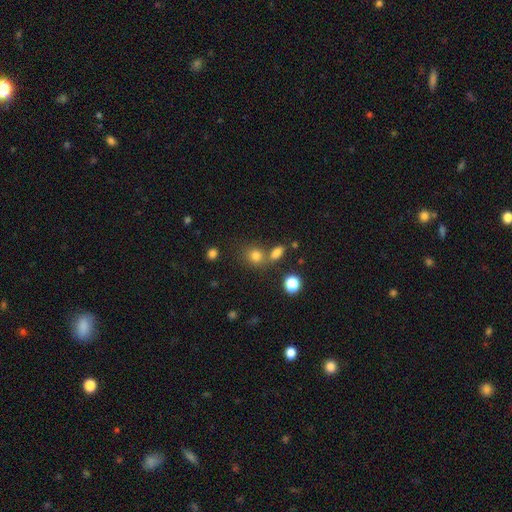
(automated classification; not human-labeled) A smooth galaxy with no disk features (78%) that is round (69%).

Vote fractions:
- Smooth or featured? smooth: 78% / star or artifact: 14% / featured or disk: 8%
- How rounded? round: 69% / in between: 29% / cigar-shaped: 1%
- Merging? none: 58% / merger: 27% / minor disturbance: 11% / major disturbance: 5%